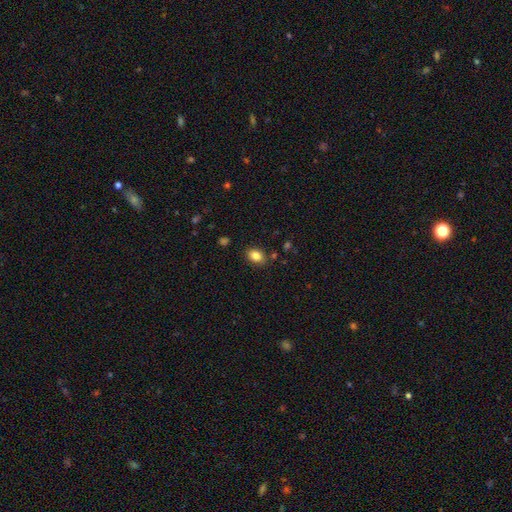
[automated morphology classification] smooth_or_featured: smooth (p=0.84) [alt: star or artifact p=0.09]
how_rounded: in between (p=0.73) [alt: round p=0.26]
merging: none (p=0.84) [alt: minor disturbance p=0.11]